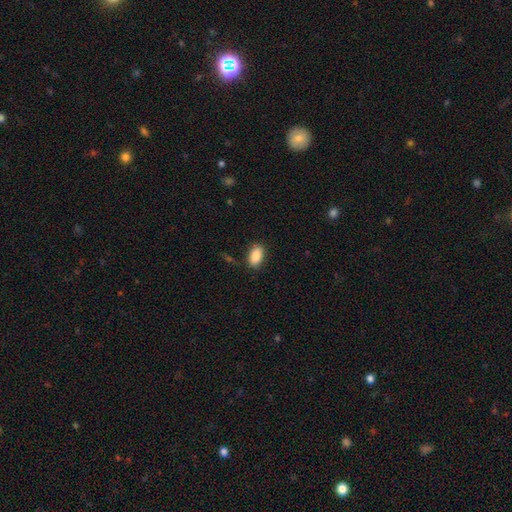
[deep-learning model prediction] Smooth or featured: smooth — 88% (star or artifact — 7%)
How rounded: in between — 92% (round — 6%)
Merging: none — 85% (minor disturbance — 11%)